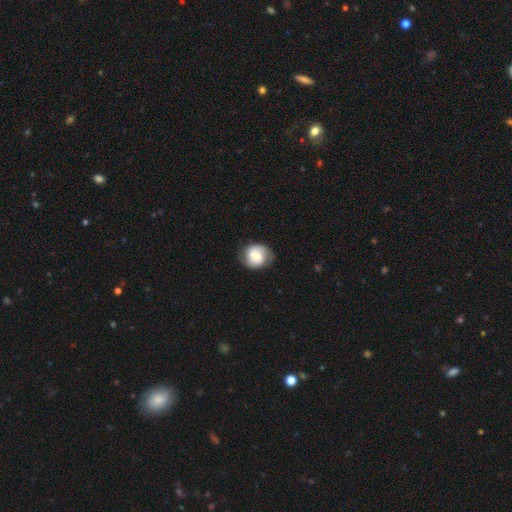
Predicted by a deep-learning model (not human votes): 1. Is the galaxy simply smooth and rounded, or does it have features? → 47% featured or disk, 45% smooth, 8% star or artifact.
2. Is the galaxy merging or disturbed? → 75% none, 18% minor disturbance, 6% major disturbance, 1% merger.